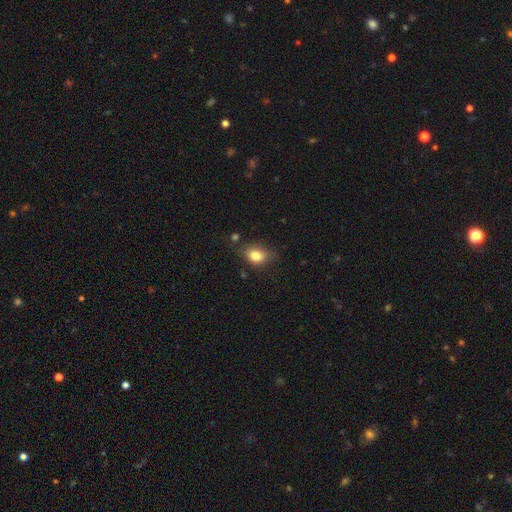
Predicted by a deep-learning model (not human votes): This is clearly a smooth galaxy (83%). How rounded: likely in between (73%). Merging: likely none (68%).